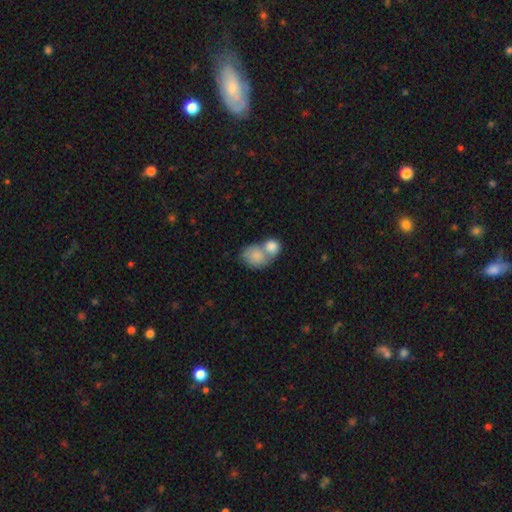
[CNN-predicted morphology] This appears to be a smooth galaxy with no disk features (80%) that is round (49%, tied with in between). Merging: merger (67%).